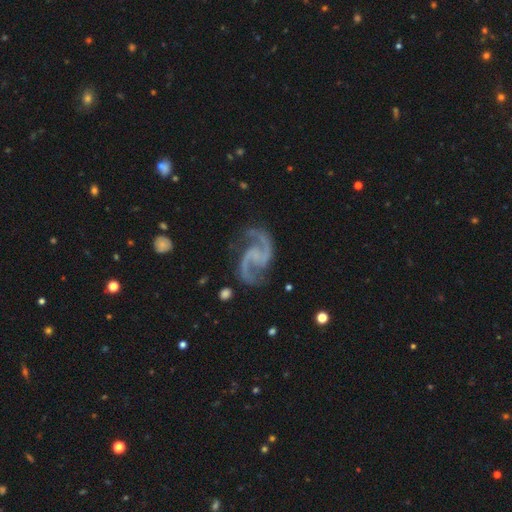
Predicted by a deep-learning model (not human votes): Smooth or featured? featured or disk (93%)
Edge-on disk? no (98%)
Bar? no (46%)
Spiral arms? yes (98%)
Spiral winding? medium (53%)
Spiral arm count? 2 (94%)
Bulge size? none (61%)
Merging? none (76%)